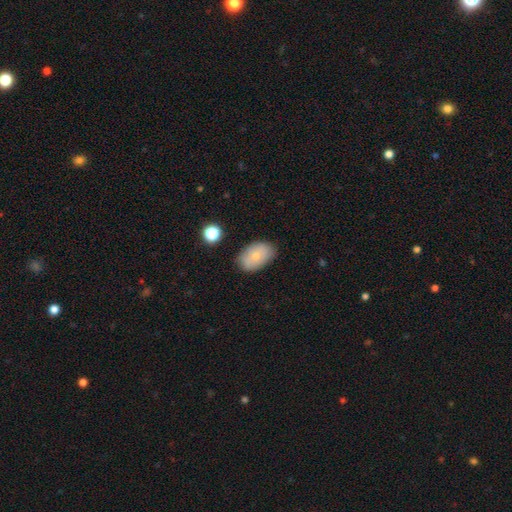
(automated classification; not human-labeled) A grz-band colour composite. It shows a smooth galaxy with no disk features (72%) that is in between round and cigar-shaped (88%). Merging: none (78%).